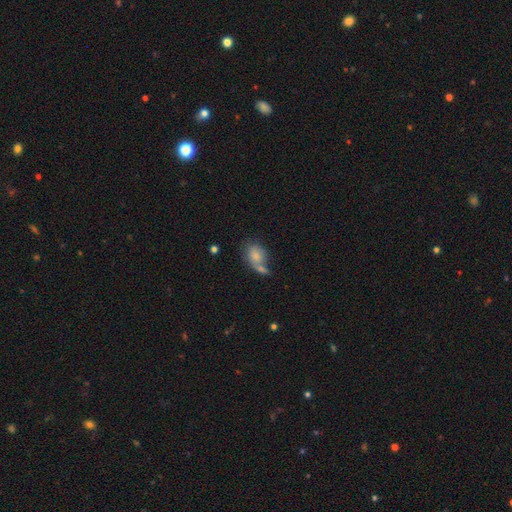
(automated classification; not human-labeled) smooth-or-featured: smooth: 78% | featured or disk: 14% | star or artifact: 8%
  how-rounded: in between: 69% | round: 29% | cigar-shaped: 2%
  merging: none: 37% | merger: 36% | minor disturbance: 17% | major disturbance: 10%